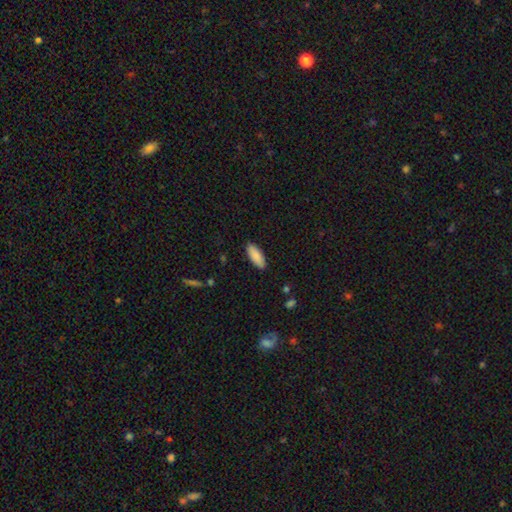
Morphology: type=smooth (92%); roundness=in between (73%); merging=none (87%).